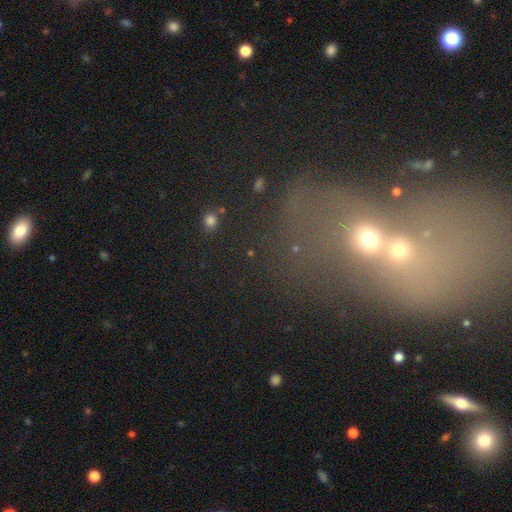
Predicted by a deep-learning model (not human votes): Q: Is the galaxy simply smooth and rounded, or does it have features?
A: star or artifact — 40%.